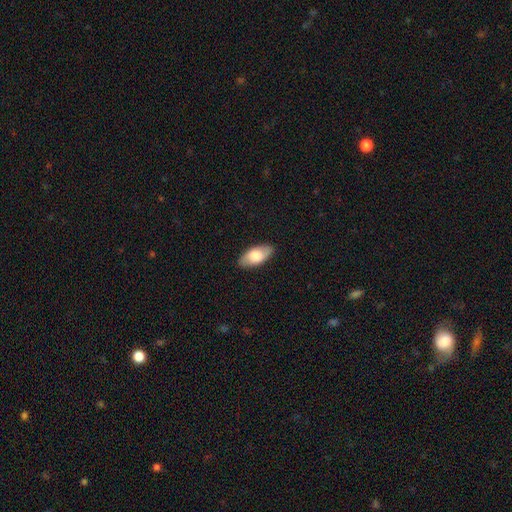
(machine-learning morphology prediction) Smooth or featured? Predicted: smooth (p=0.70). How rounded? Predicted: in between (p=0.90). Merging? Predicted: none (p=0.87).